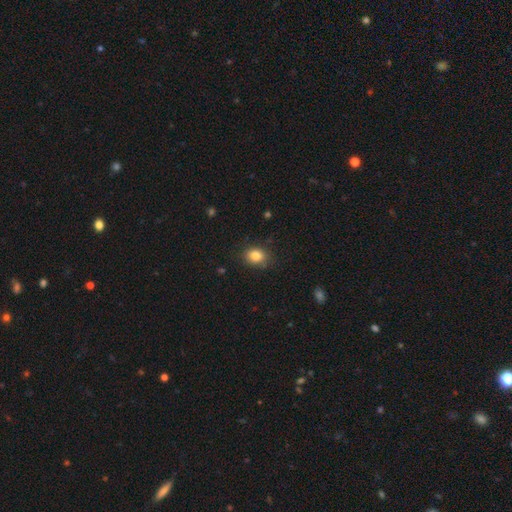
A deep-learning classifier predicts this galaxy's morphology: This is clearly a smooth galaxy (84%). How rounded: possibly in between (50%). Merging: clearly none (81%).